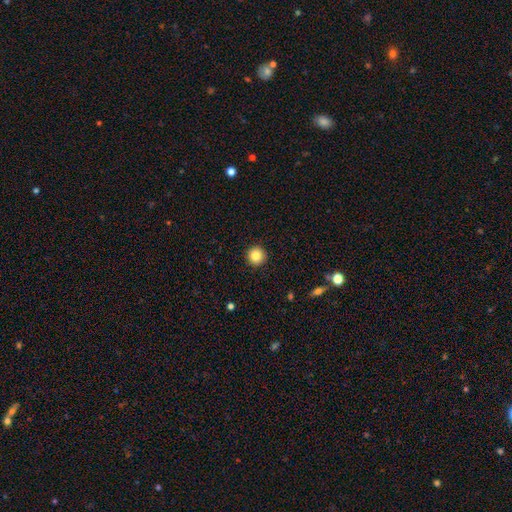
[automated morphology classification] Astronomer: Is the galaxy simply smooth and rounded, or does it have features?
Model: smooth — 84%.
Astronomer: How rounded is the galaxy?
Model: round — 95%.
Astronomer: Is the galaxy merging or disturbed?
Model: none — 92%.